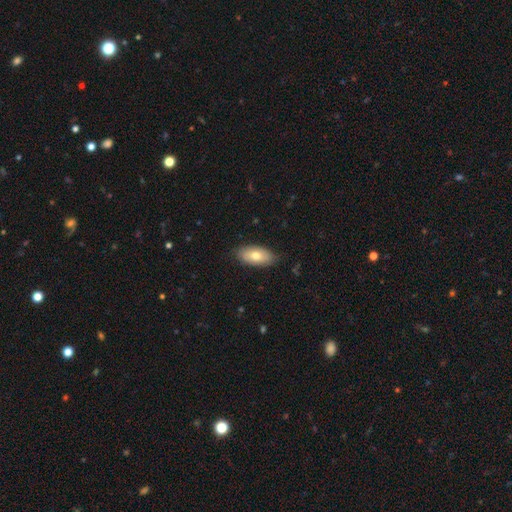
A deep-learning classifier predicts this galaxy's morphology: The model was most divided on "smooth or featured": smooth: 71%, featured or disk: 23%, star or artifact: 6%. More confident: how rounded — in between (91%); merging — none (81%).